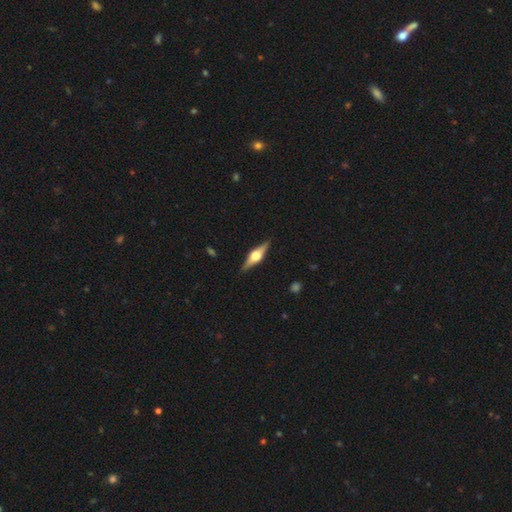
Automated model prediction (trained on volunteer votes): Q: Smooth or featured?
A: featured or disk (75%); runner-up: smooth (19%)
Q: Edge-on disk?
A: yes (97%); runner-up: no (3%)
Q: Edge-on bulge?
A: rounded (94%); runner-up: boxy (5%)
Q: Merging?
A: none (90%); runner-up: minor disturbance (7%)